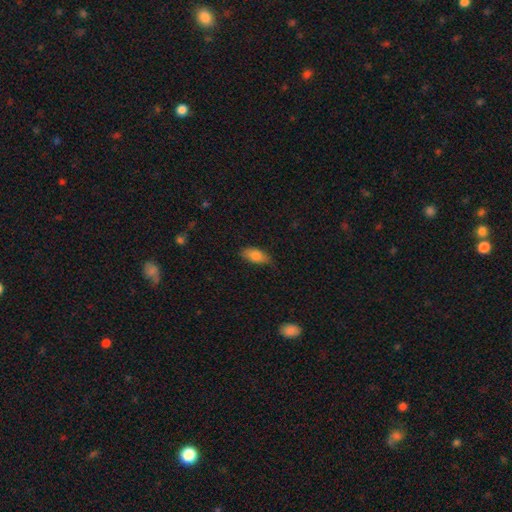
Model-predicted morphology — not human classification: Q: Smooth or featured?
A: smooth (79%); runner-up: featured or disk (14%)
Q: How rounded?
A: in between (87%); runner-up: cigar-shaped (9%)
Q: Merging?
A: none (71%); runner-up: minor disturbance (24%)